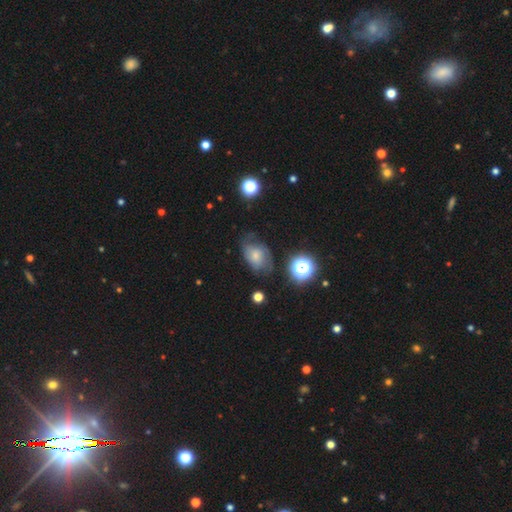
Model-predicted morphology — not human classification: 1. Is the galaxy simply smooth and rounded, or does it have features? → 44% smooth, 42% featured or disk, 14% star or artifact.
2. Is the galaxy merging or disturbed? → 49% none, 29% minor disturbance, 19% major disturbance, 3% merger.